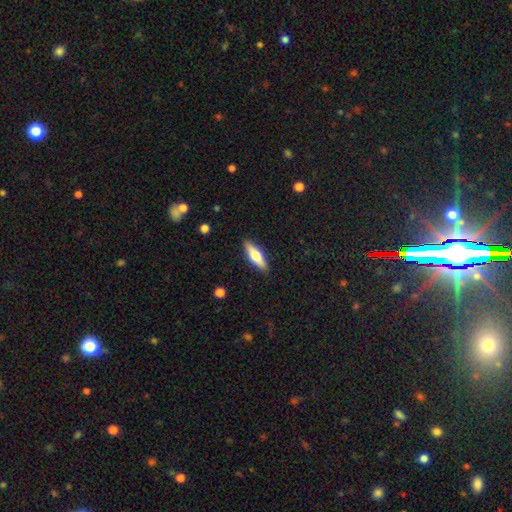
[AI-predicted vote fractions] A smooth galaxy with no disk features (57%) that is cigar-shaped (53%). Merging: none (88%).